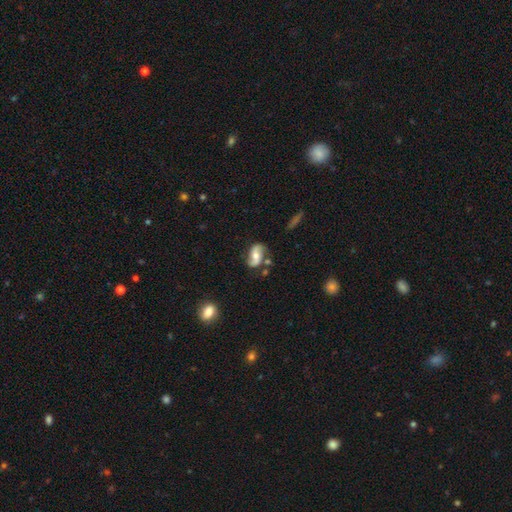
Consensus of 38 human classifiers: Smooth or featured? 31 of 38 (82%) said featured or disk. Edge-on disk? 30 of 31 (97%) said no. Bar? 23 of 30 (77%) said no. Spiral arms? 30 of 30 (100%) said yes. Spiral winding? 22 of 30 (73%) said loose. Spiral arm count? 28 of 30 (93%) said 2. Bulge size? 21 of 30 (70%) said moderate. Merging? 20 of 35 (57%) said none.